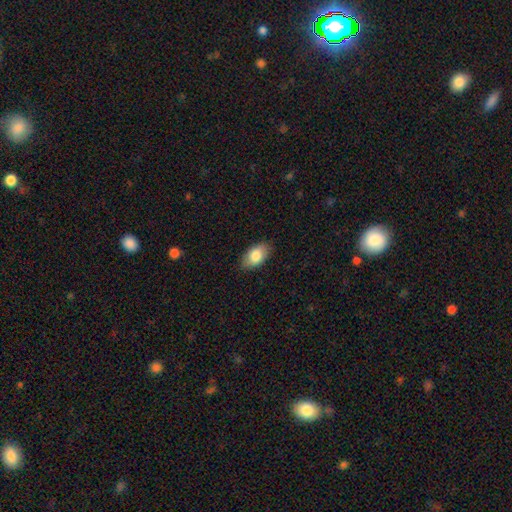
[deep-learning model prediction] Smooth or featured: smooth — 82% (featured or disk — 12%)
How rounded: in between — 93% (round — 4%)
Merging: none — 86% (minor disturbance — 11%)